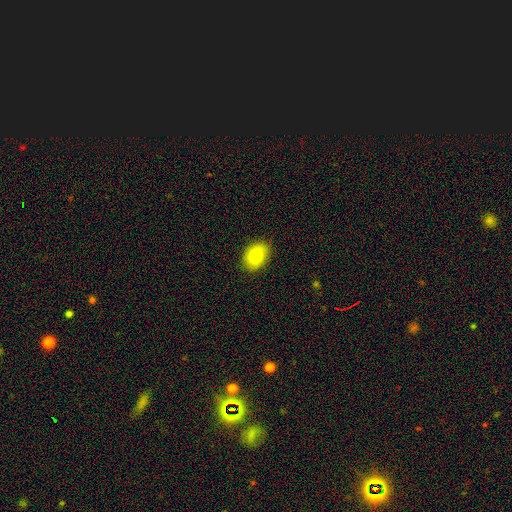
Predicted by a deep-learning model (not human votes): A smooth galaxy with no disk features (86%) that is in between round and cigar-shaped (80%).

Vote fractions:
- Smooth or featured? smooth: 86% / star or artifact: 7% / featured or disk: 6%
- How rounded? in between: 80% / round: 19% / cigar-shaped: 1%
- Merging? none: 86% / minor disturbance: 11% / major disturbance: 2% / merger: 1%